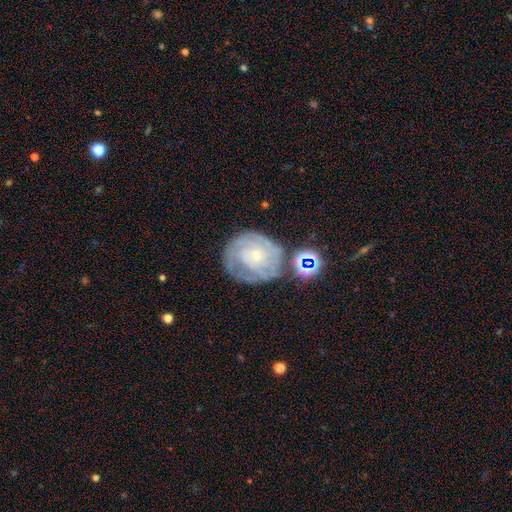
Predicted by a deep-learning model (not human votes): smooth_or_featured: featured or disk (p=0.75) [alt: smooth p=0.17]
disk_edge_on: no (p=0.98) [alt: yes p=0.02]
bar: no (p=0.79) [alt: weak p=0.18]
has_spiral_arms: yes (p=0.90) [alt: no p=0.10]
spiral_winding: tight (p=0.73) [alt: medium p=0.21]
spiral_arm_count: can't tell (p=0.42) [alt: 3 p=0.19]
bulge_size: small (p=0.77) [alt: moderate p=0.17]
merging: none (p=0.65) [alt: minor disturbance p=0.18]